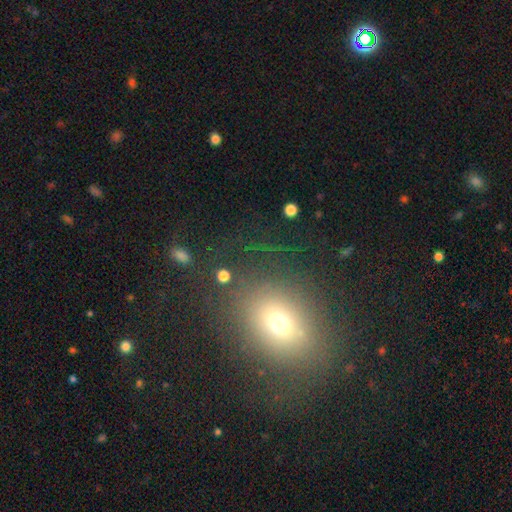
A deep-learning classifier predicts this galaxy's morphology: Q: Smooth or featured?
A: smooth (60%); runner-up: star or artifact (24%)
Q: How rounded?
A: round (51%); runner-up: in between (47%)
Q: Merging?
A: none (72%); runner-up: minor disturbance (14%)